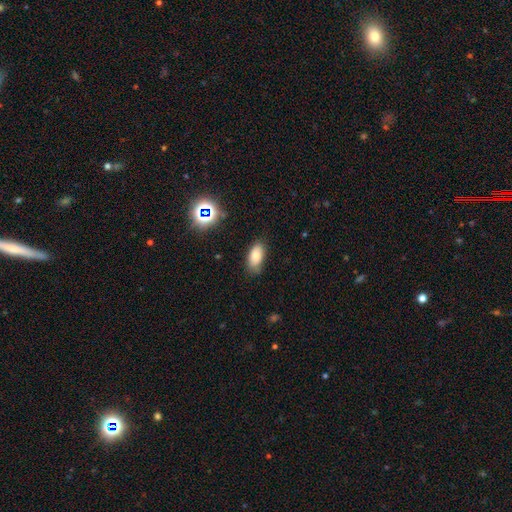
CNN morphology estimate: type=smooth (77%); roundness=in between (90%); merging=none (75%).